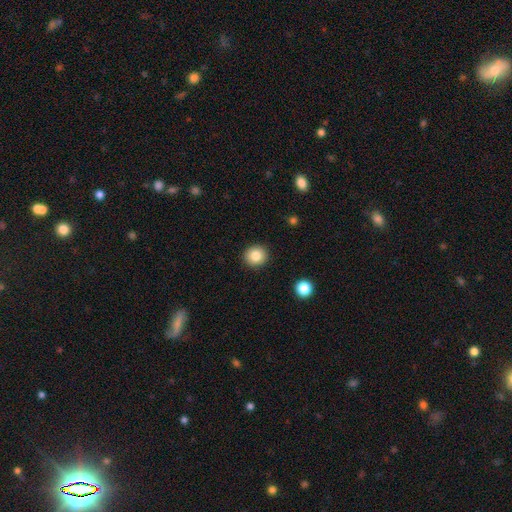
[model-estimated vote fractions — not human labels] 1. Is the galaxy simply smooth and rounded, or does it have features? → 84% smooth, 10% star or artifact, 7% featured or disk.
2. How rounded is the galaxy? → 92% round, 7% in between, 1% cigar-shaped.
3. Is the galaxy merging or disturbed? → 92% none, 5% minor disturbance, 2% major disturbance, 1% merger.